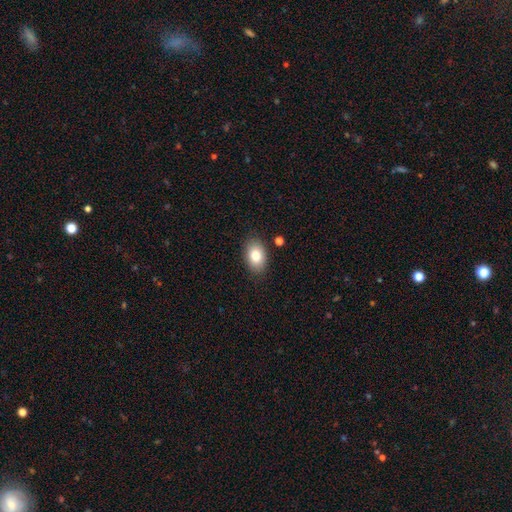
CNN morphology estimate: A smooth galaxy with no disk features (83%) that is in between round and cigar-shaped (86%).

Vote fractions:
- Smooth or featured? smooth: 83% / featured or disk: 9% / star or artifact: 8%
- How rounded? in between: 86% / round: 13% / cigar-shaped: 1%
- Merging? none: 85% / minor disturbance: 11% / major disturbance: 3% / merger: 2%